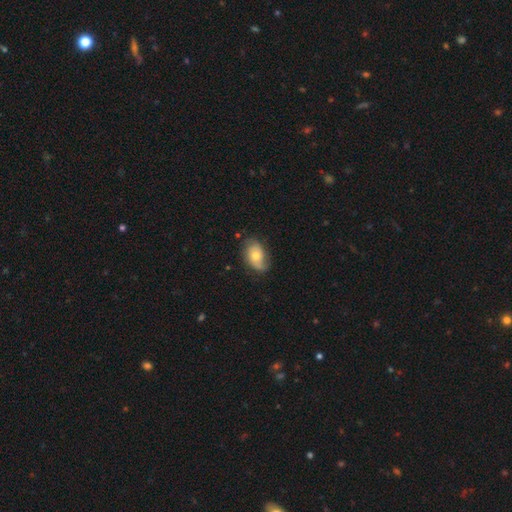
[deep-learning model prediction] This appears to be a featured or disk galaxy (49%). Merging: none (65%).